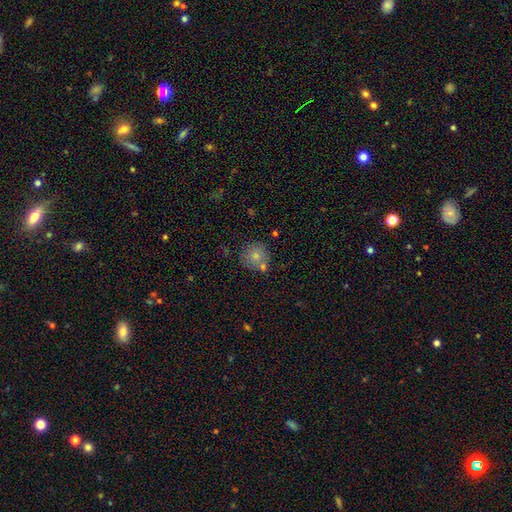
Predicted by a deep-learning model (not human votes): This is likely a smooth galaxy (78%). How rounded: clearly round (90%). Merging: likely none (65%).